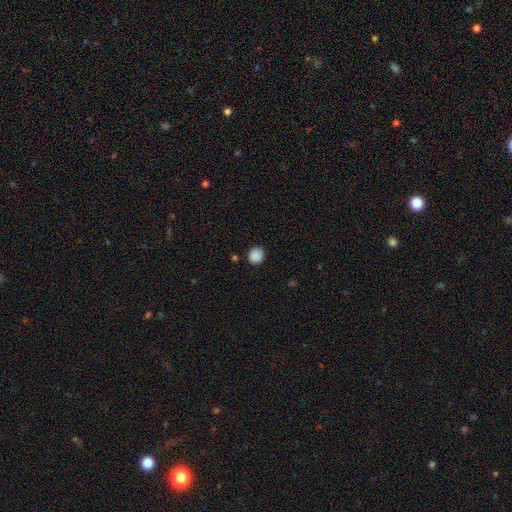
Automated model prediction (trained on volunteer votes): Q: Smooth or featured?
A: smooth (88%); runner-up: star or artifact (9%)
Q: How rounded?
A: round (85%); runner-up: in between (14%)
Q: Merging?
A: none (87%); runner-up: minor disturbance (9%)